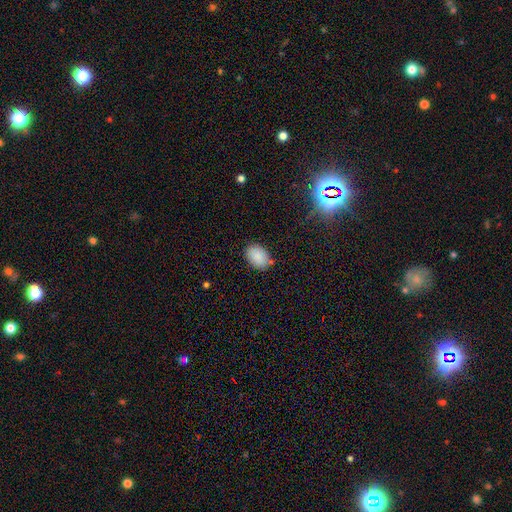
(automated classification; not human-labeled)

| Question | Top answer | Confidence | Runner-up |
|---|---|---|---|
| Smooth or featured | smooth | 88% | star or artifact (8%) |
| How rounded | in between | 79% | round (20%) |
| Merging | none | 81% | minor disturbance (14%) |